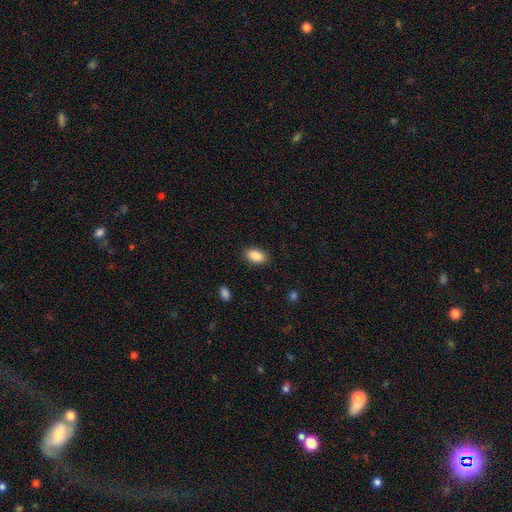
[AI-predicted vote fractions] A smooth galaxy with no disk features (88%) that is in between round and cigar-shaped (92%).

Vote fractions:
- Smooth or featured? smooth: 88% / star or artifact: 7% / featured or disk: 4%
- How rounded? in between: 92% / round: 6% / cigar-shaped: 2%
- Merging? none: 87% / minor disturbance: 9% / major disturbance: 2% / merger: 1%